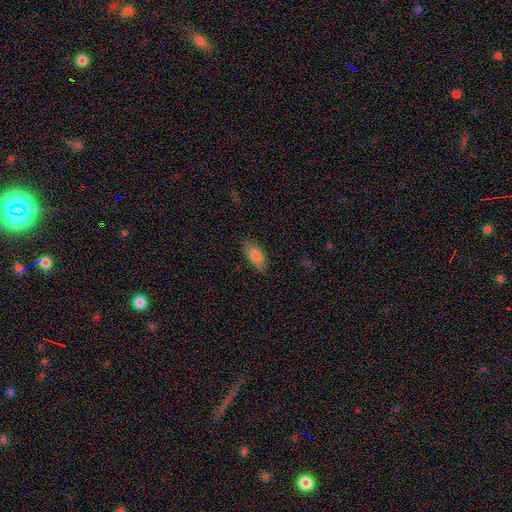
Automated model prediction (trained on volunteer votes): smooth-or-featured: smooth: 83% | featured or disk: 10% | star or artifact: 7%
  how-rounded: in between: 87% | cigar-shaped: 10% | round: 3%
  merging: none: 81% | minor disturbance: 15% | major disturbance: 3% | merger: 1%